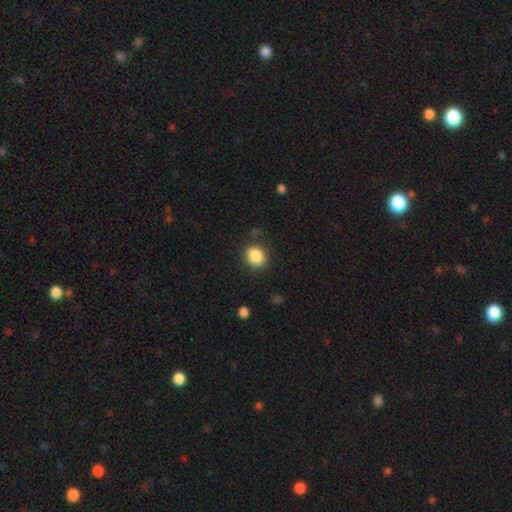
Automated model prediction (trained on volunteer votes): smooth-or-featured: smooth: 87% | star or artifact: 9% | featured or disk: 4%
  how-rounded: round: 65% | in between: 34% | cigar-shaped: 1%
  merging: none: 83% | minor disturbance: 12% | major disturbance: 4% | merger: 2%